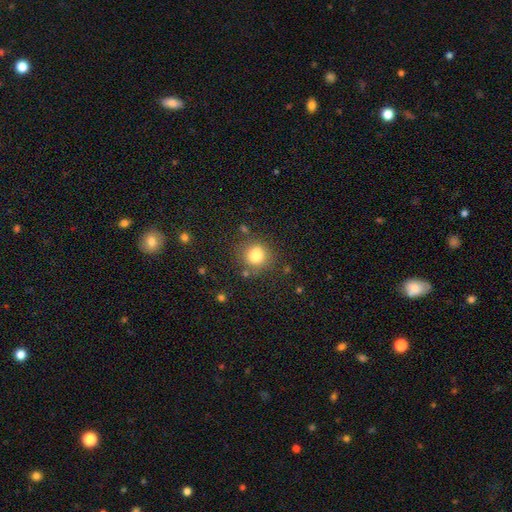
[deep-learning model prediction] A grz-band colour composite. It shows a smooth galaxy with no disk features (78%) that is round (89%). Merging: none (77%).